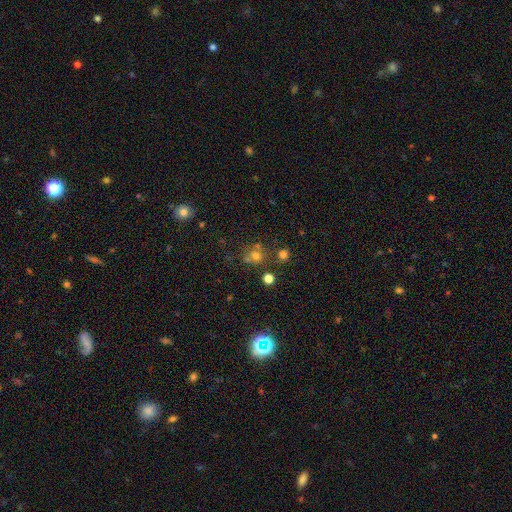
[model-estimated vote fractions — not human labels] Smooth or featured? Predicted: smooth (p=0.48). Merging? Predicted: none (p=0.64).